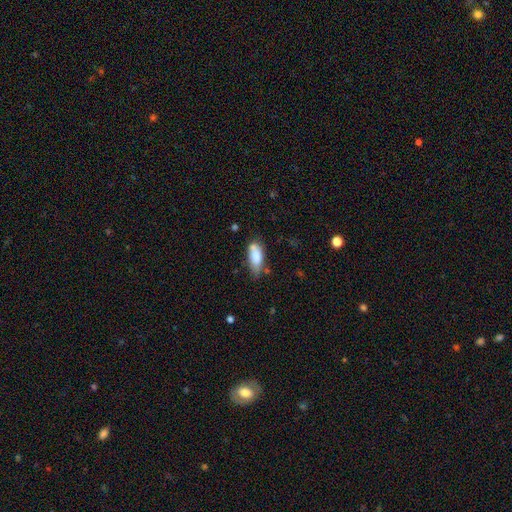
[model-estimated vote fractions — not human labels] A smooth galaxy with no disk features (82%) that is in between round and cigar-shaped (78%). Merging: none (53%).